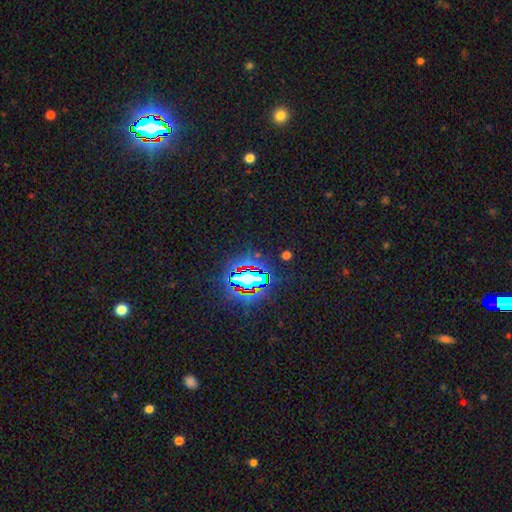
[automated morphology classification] This is clearly a star or artifact rather than a galaxy (84%).